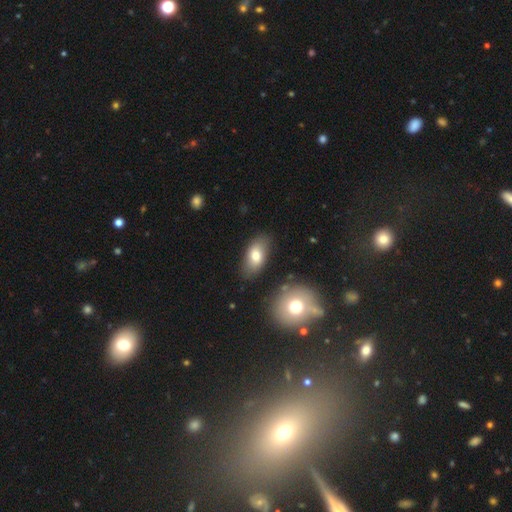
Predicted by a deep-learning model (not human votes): Smooth or featured?
  - smooth: 73% *
  - featured or disk: 19%
  - star or artifact: 8%
How rounded?
  - in between: 91% *
  - round: 5%
  - cigar-shaped: 4%
Merging?
  - none: 80% *
  - minor disturbance: 13%
  - merger: 4%
  - major disturbance: 3%